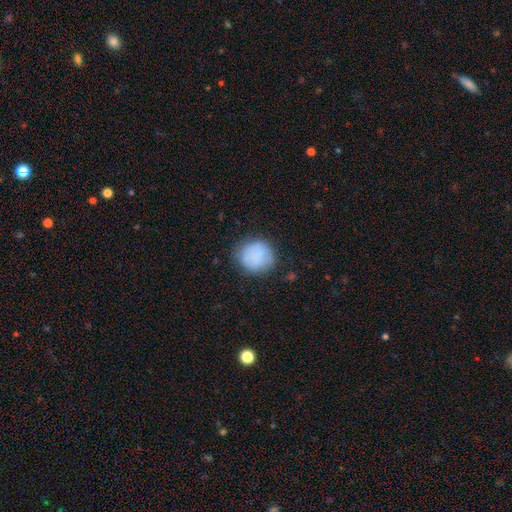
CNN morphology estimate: Overall: smooth (80%). How rounded: round (89%). Merging: none (74%).